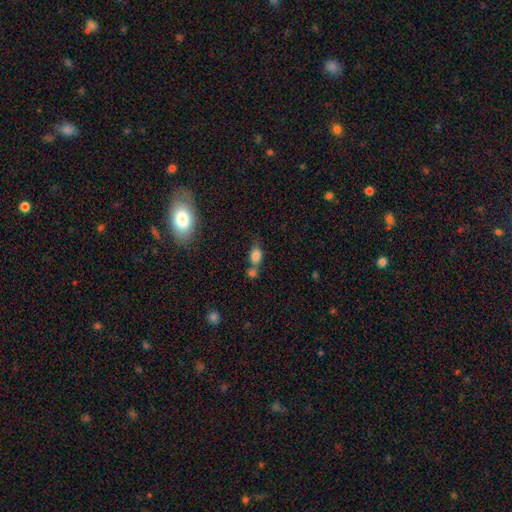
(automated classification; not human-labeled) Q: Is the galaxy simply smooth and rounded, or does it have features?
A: smooth — 79%.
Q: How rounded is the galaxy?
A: in between — 79%.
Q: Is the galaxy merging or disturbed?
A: merger — 45%.